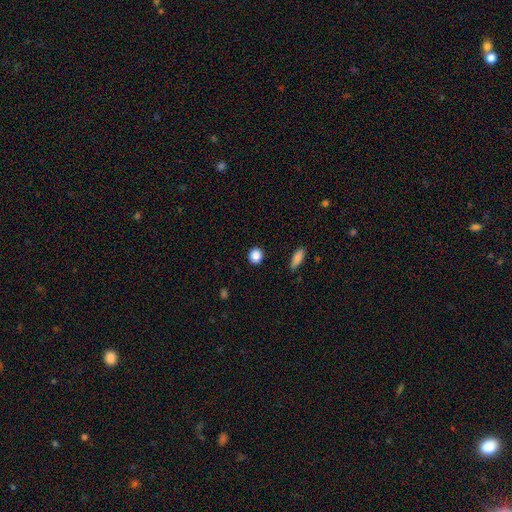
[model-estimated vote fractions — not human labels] Overall: smooth (88%). How rounded: round (84%). Merging: none (90%).